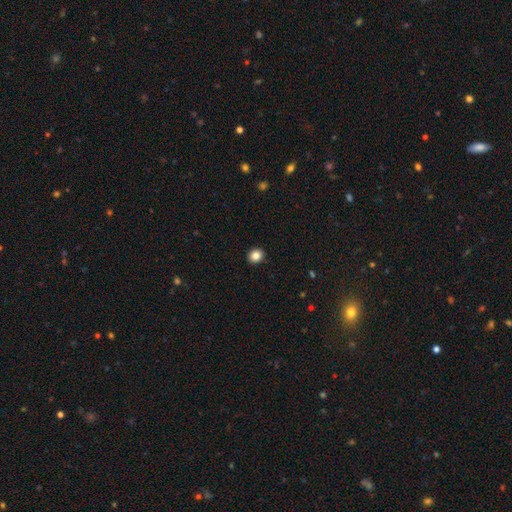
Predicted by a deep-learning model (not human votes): This appears to be a smooth galaxy with no disk features (85%) that is round (80%). Merging: none (92%).